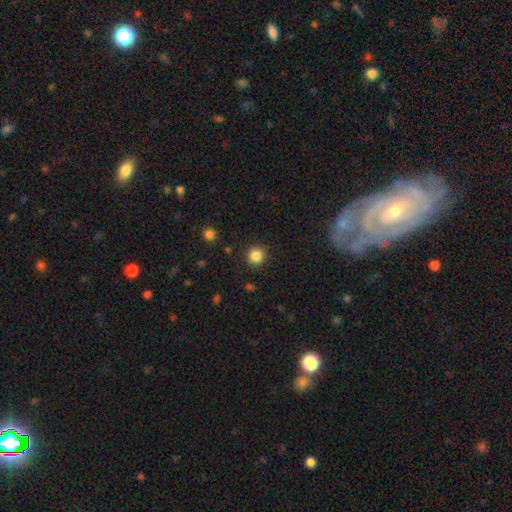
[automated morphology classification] Overall: smooth (85%). How rounded: round (94%). Merging: none (90%).